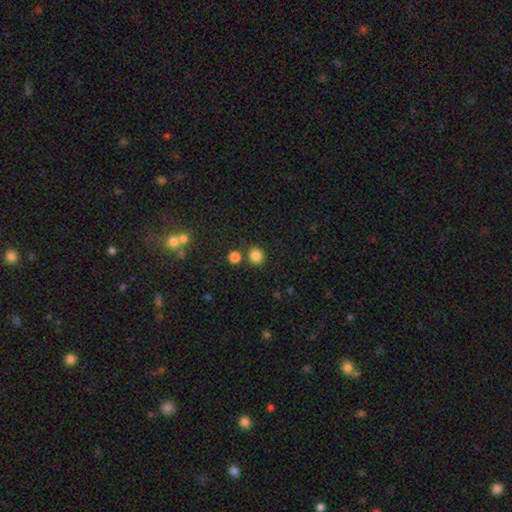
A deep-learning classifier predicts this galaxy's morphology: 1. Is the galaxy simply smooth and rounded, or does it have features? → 83% smooth, 13% star or artifact, 4% featured or disk.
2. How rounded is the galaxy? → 84% round, 15% in between, 1% cigar-shaped.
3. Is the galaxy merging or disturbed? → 77% none, 12% merger, 8% minor disturbance, 3% major disturbance.